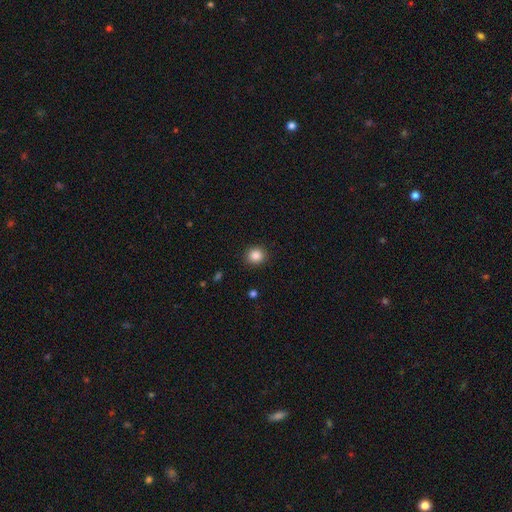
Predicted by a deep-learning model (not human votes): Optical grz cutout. It shows a smooth galaxy with no disk features (85%) that is round (86%). Merging: none (91%).